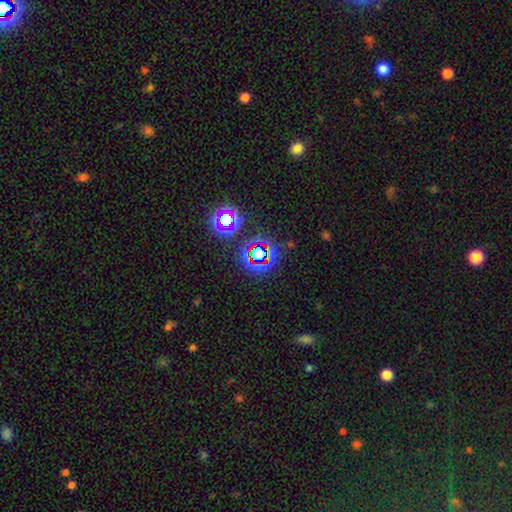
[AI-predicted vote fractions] Overall: star or artifact (62%; smooth 26%).